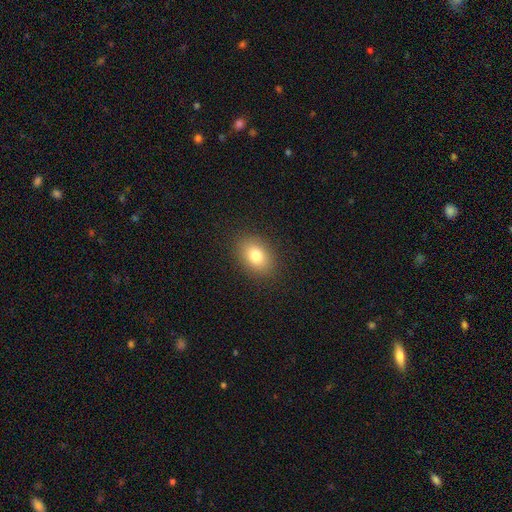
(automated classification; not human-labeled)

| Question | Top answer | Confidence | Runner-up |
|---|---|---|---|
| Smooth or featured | smooth | 79% | star or artifact (10%) |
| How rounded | in between | 75% | round (24%) |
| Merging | none | 88% | minor disturbance (8%) |